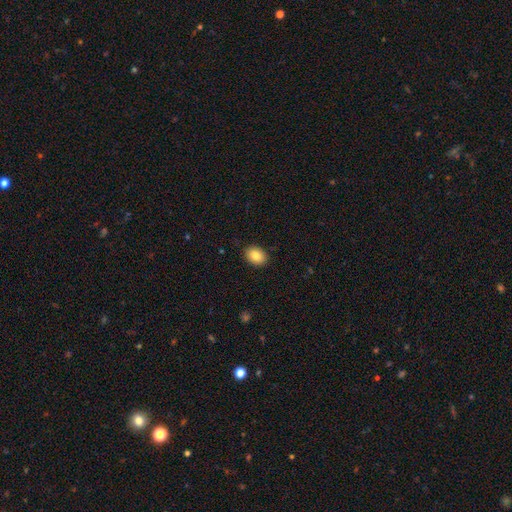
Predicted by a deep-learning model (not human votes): This appears to be a smooth galaxy with no disk features (85%) that is in between round and cigar-shaped (72%). Merging: none (90%).